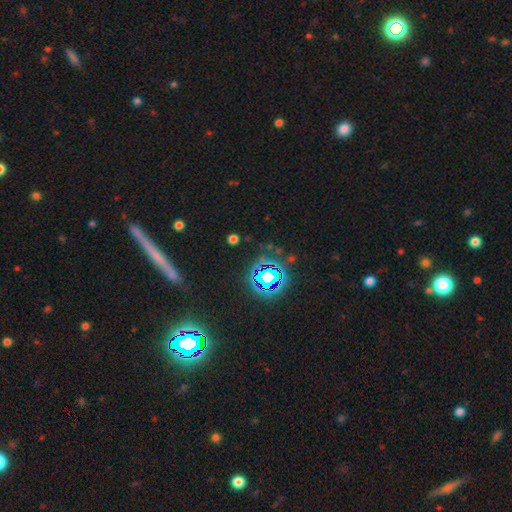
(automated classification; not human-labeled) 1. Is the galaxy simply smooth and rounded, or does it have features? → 57% star or artifact, 22% smooth, 20% featured or disk.